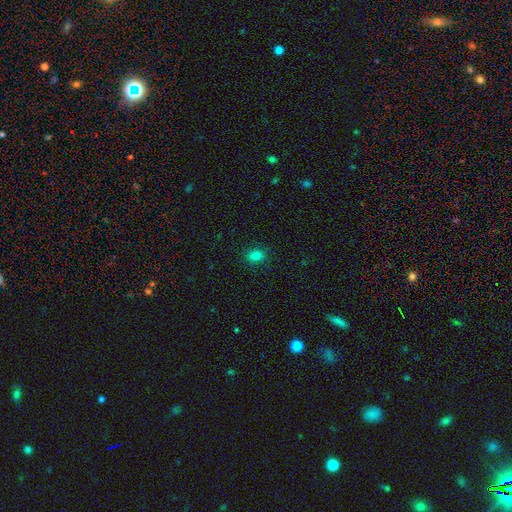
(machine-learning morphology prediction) Smooth or featured?
  - smooth: 80% *
  - star or artifact: 14%
  - featured or disk: 6%
How rounded?
  - round: 56% *
  - in between: 43%
  - cigar-shaped: 1%
Merging?
  - none: 88% *
  - minor disturbance: 9%
  - major disturbance: 2%
  - merger: 1%